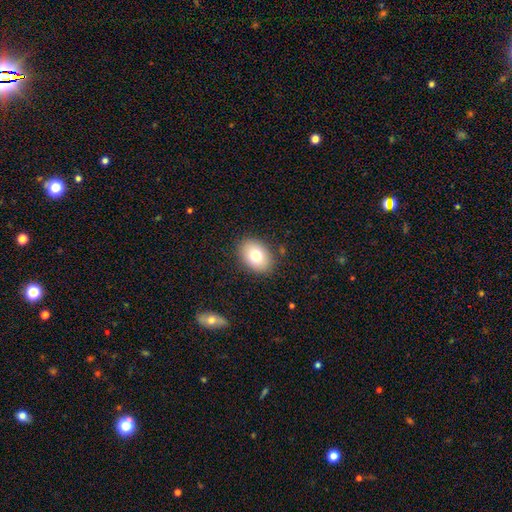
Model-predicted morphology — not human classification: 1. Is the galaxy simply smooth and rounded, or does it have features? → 78% smooth, 14% featured or disk, 8% star or artifact.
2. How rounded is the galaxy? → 76% in between, 23% round, 1% cigar-shaped.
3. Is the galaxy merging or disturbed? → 87% none, 9% minor disturbance, 3% major disturbance, 1% merger.